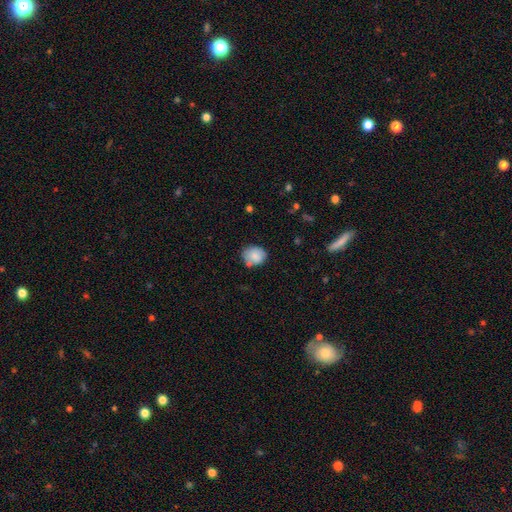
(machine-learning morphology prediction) The model was most divided on "how rounded": round: 58%, in between: 41%, cigar-shaped: 1%. More confident: smooth or featured — smooth (81%); merging — none (66%).